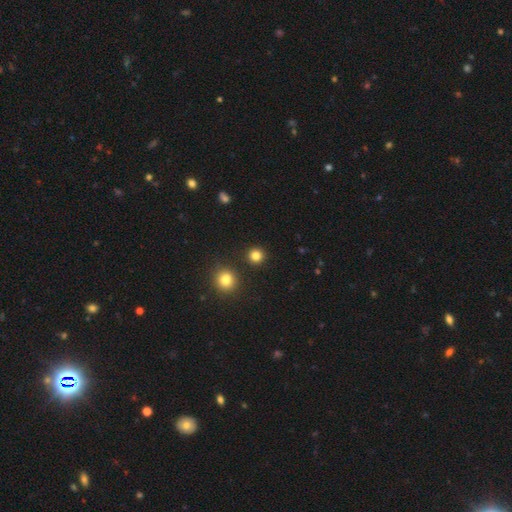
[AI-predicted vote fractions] Smooth or featured: smooth — 83% (star or artifact — 13%)
How rounded: round — 93% (in between — 6%)
Merging: none — 90% (minor disturbance — 5%)